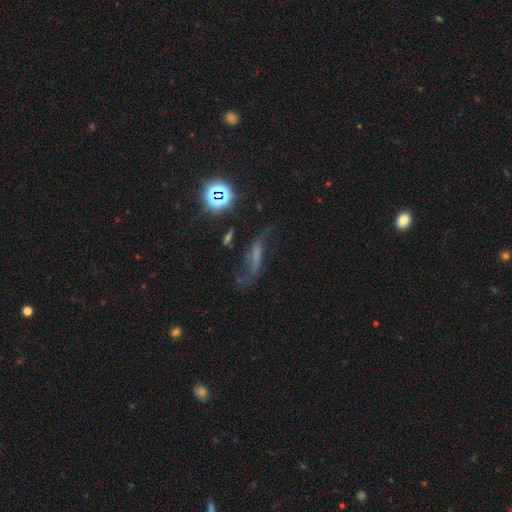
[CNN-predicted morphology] Smooth or featured?
  - featured or disk: 51% *
  - smooth: 25%
  - star or artifact: 24%
Edge-on disk?
  - no: 74% *
  - yes: 26%
Merging?
  - none: 52% *
  - major disturbance: 22%
  - minor disturbance: 21%
  - merger: 5%